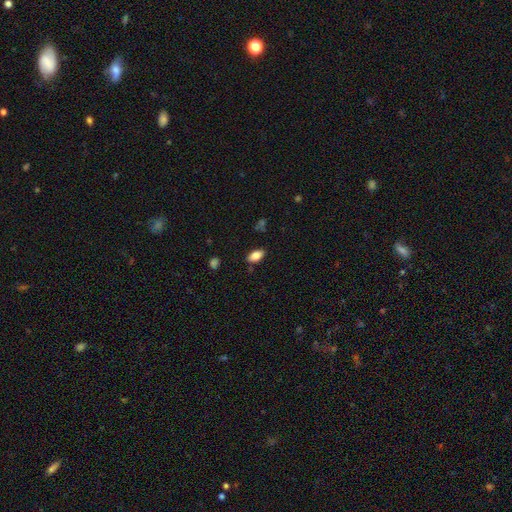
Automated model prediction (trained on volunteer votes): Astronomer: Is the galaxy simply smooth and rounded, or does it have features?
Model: smooth — 82%.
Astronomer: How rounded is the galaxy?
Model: in between — 91%.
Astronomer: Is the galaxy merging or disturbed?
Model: none — 85%.